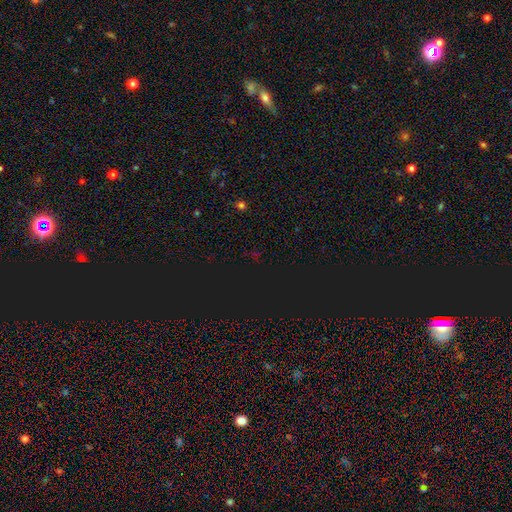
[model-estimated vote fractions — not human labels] Smooth or featured: star or artifact — 73% (smooth — 20%)